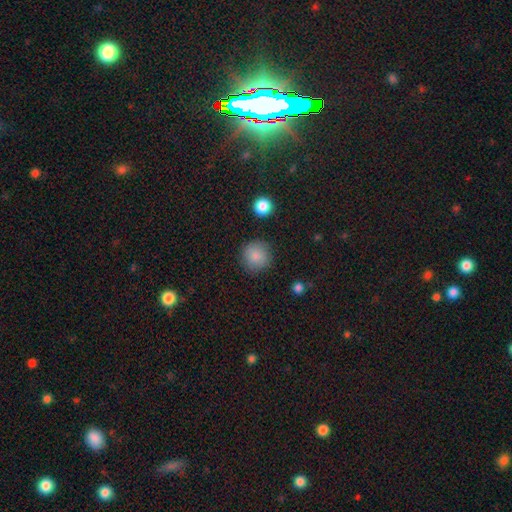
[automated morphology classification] smooth-or-featured: smooth: 86% | star or artifact: 9% | featured or disk: 5%
  how-rounded: round: 94% | in between: 5% | cigar-shaped: 1%
  merging: none: 86% | minor disturbance: 9% | major disturbance: 3% | merger: 2%